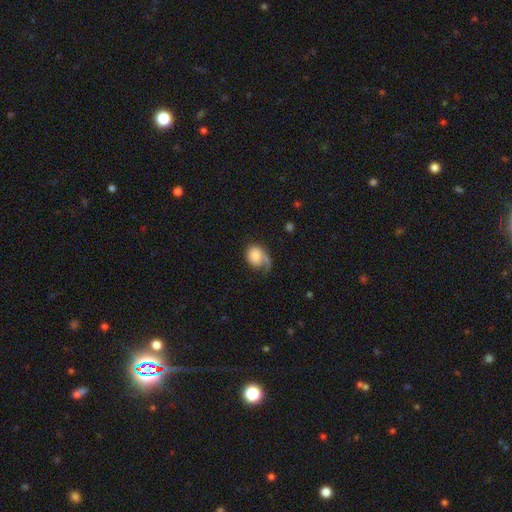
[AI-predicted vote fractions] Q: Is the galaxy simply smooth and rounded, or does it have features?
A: smooth — 64%.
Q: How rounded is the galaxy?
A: in between — 59%.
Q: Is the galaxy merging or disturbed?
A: major disturbance — 37%.